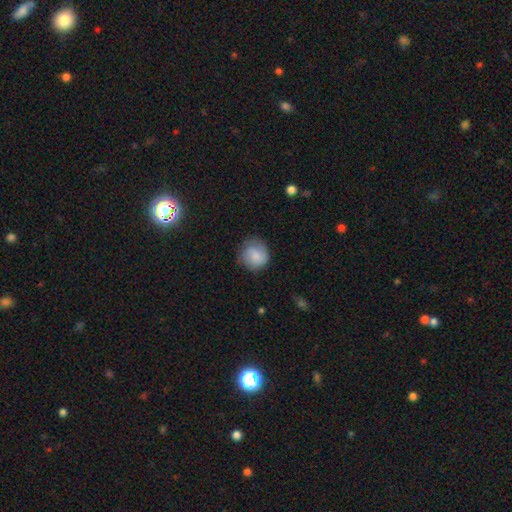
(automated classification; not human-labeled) The model was most divided on "merging": none: 73%, minor disturbance: 19%, major disturbance: 6%, merger: 1%. More confident: how rounded — round (86%); smooth or featured — smooth (79%).